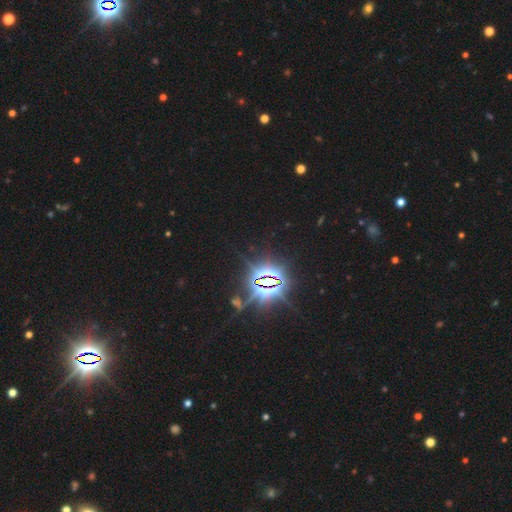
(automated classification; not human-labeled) This appears to be a star or artifact, not a galaxy (85%).